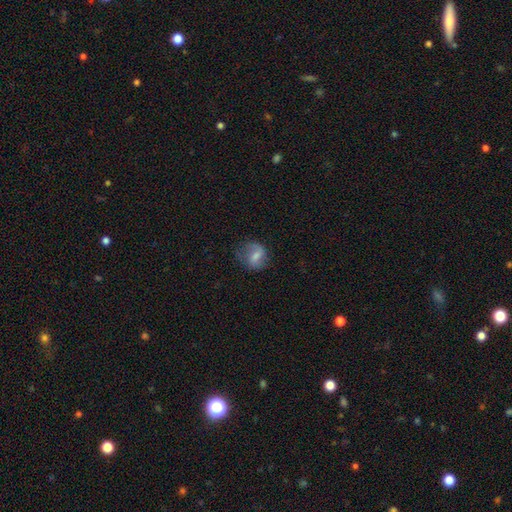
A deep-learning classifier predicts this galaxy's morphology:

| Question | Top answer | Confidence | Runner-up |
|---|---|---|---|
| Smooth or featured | smooth | 54% | featured or disk (37%) |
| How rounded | round | 60% | in between (38%) |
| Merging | none | 61% | minor disturbance (25%) |